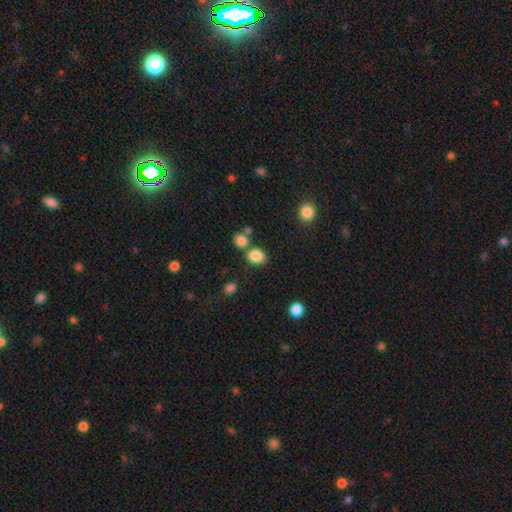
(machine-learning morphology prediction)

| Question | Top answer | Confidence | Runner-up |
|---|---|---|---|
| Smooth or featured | smooth | 84% | star or artifact (11%) |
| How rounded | round | 54% | in between (45%) |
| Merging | none | 64% | merger (21%) |